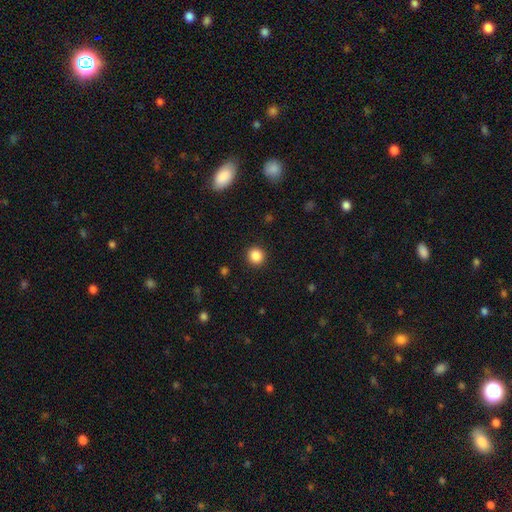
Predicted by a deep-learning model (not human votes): Smooth or featured? Predicted: smooth (p=0.86). How rounded? Predicted: round (p=0.93). Merging? Predicted: none (p=0.92).